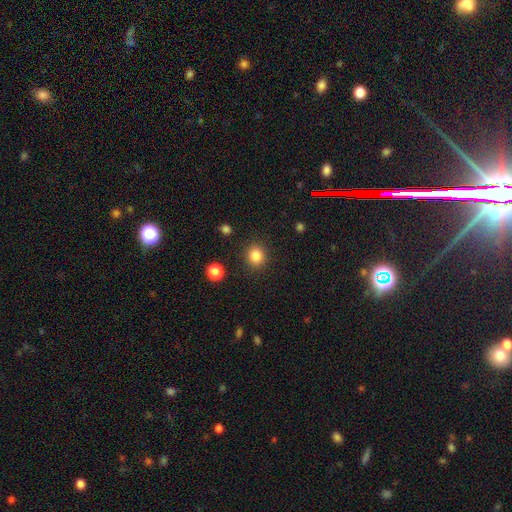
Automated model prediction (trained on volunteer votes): Morphology: type=smooth (84%); roundness=round (83%); merging=none (89%).